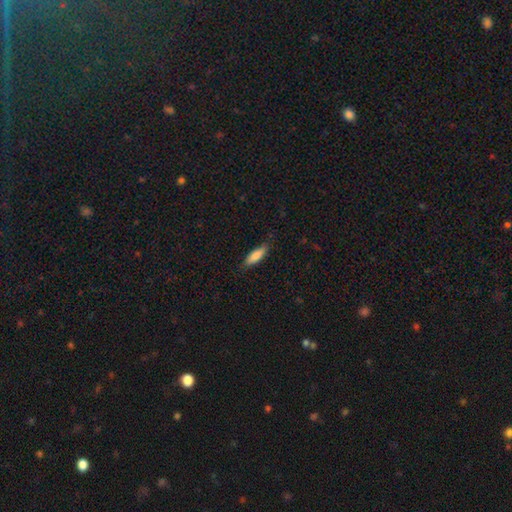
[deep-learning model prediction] Q: Smooth or featured?
A: smooth (83%); runner-up: featured or disk (11%)
Q: How rounded?
A: cigar-shaped (49%); tied with: in between (49%)
Q: Merging?
A: none (80%); runner-up: minor disturbance (16%)